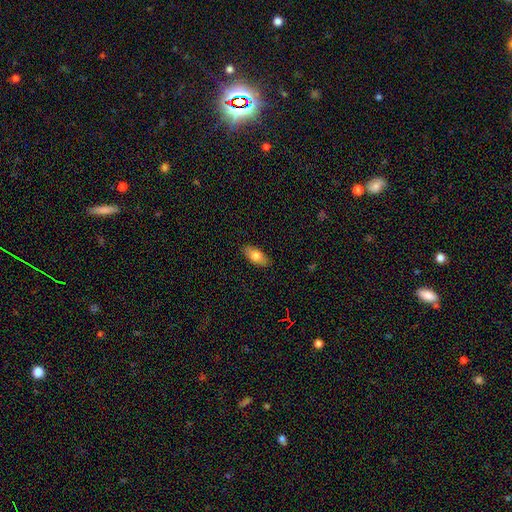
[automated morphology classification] Q: Smooth or featured?
A: smooth (77%); runner-up: featured or disk (17%)
Q: How rounded?
A: in between (86%); runner-up: cigar-shaped (12%)
Q: Merging?
A: none (88%); runner-up: minor disturbance (9%)